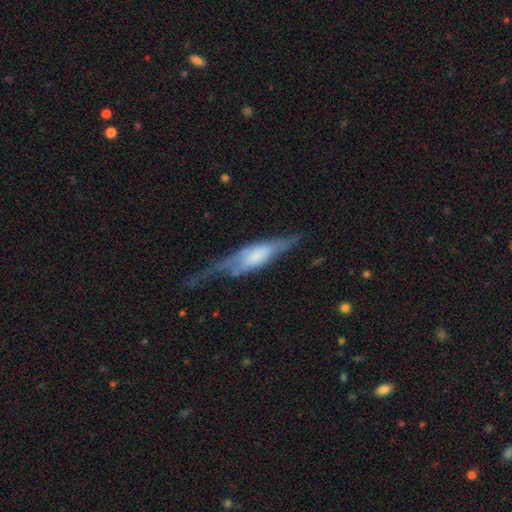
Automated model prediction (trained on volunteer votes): A featured or disk galaxy (57%) viewed edge-on (75%). Merging: major disturbance (34%).